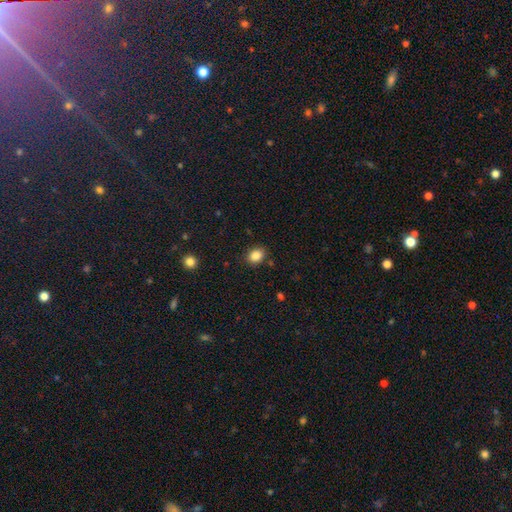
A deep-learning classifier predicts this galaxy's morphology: type=smooth (86%); roundness=in between (60%); merging=none (85%).